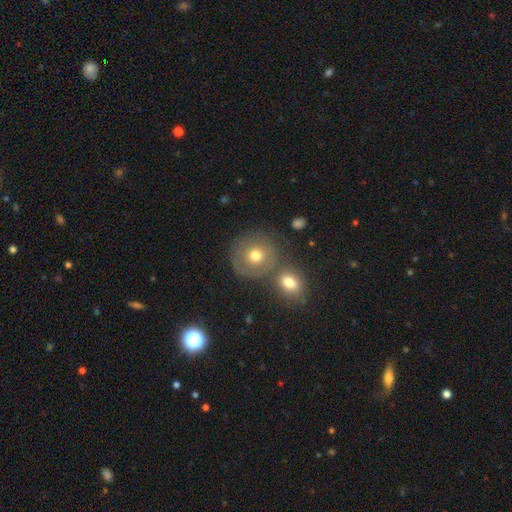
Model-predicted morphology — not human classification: The model was most divided on "merging": none: 60%, merger: 22%, minor disturbance: 13%, major disturbance: 6%. More confident: how rounded — round (88%); smooth or featured — smooth (67%).